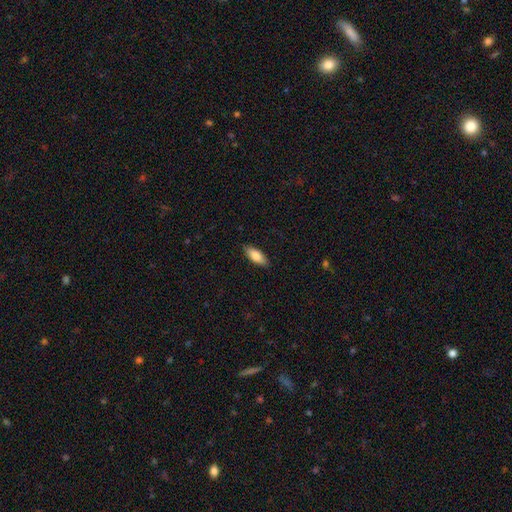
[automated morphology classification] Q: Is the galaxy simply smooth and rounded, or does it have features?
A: smooth — 83%.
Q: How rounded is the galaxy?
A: in between — 75%.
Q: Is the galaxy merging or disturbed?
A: none — 87%.